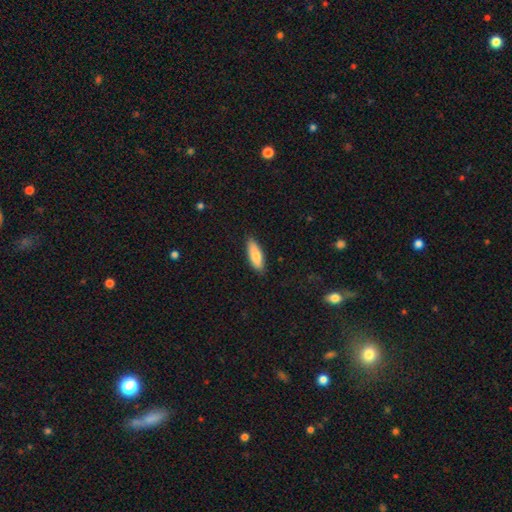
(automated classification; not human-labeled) Overall: smooth (80%). How rounded: in between (60%; cigar-shaped 38%). Merging: none (86%).